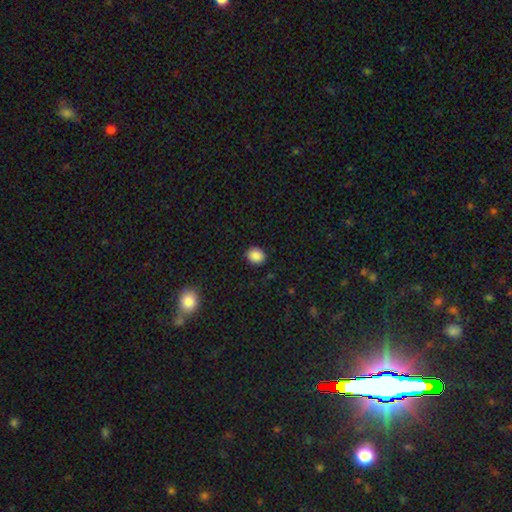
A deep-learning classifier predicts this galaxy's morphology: Q: Smooth or featured?
A: smooth (88%); runner-up: star or artifact (9%)
Q: How rounded?
A: round (67%); runner-up: in between (32%)
Q: Merging?
A: none (89%); runner-up: minor disturbance (8%)